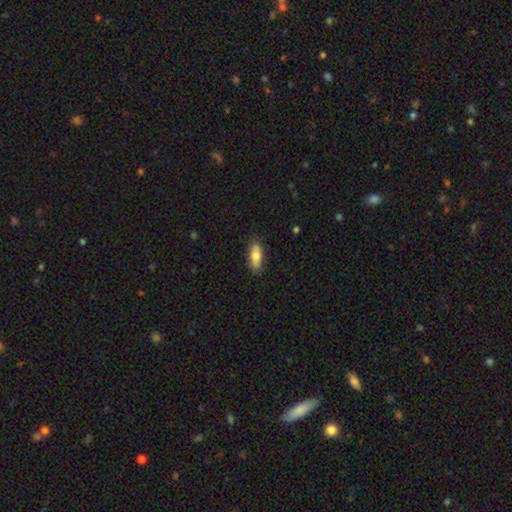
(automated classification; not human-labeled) The model was most divided on "how rounded": in between: 75%, cigar-shaped: 22%, round: 2%. More confident: merging — none (86%); smooth or featured — smooth (78%).